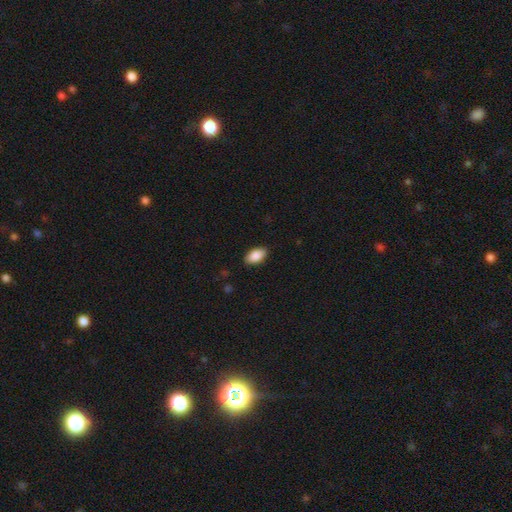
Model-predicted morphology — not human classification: type=smooth (88%); roundness=in between (94%); merging=none (88%).